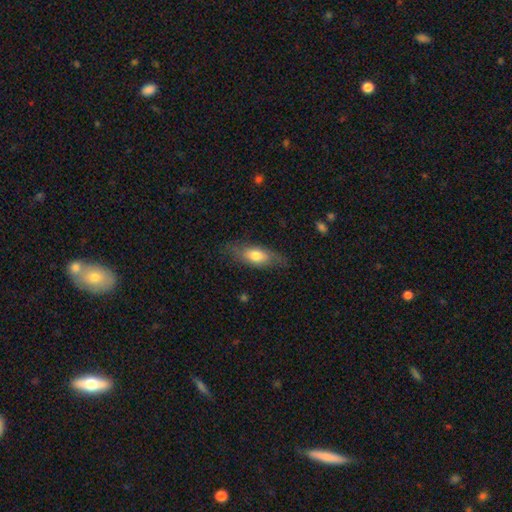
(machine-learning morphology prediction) Q: Smooth or featured?
A: smooth (66%); runner-up: featured or disk (27%)
Q: How rounded?
A: in between (72%); runner-up: cigar-shaped (24%)
Q: Merging?
A: none (72%); runner-up: minor disturbance (20%)